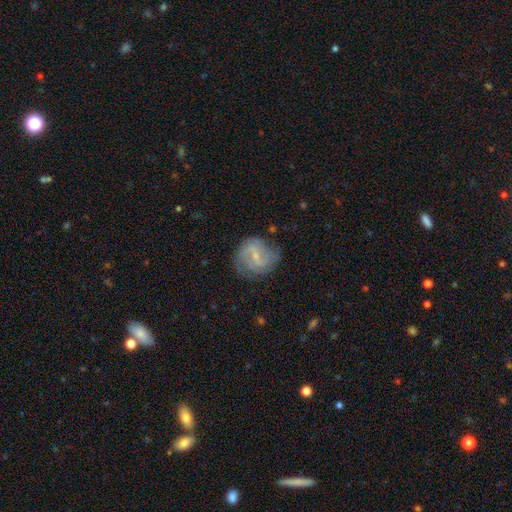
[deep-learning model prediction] Morphology: type=featured or disk (72%); edge-on=no (97%); bar=weak (58%); spiral arms=yes (88%); winding=medium (46%); arm count=2 (67%); bulge=small (66%); merging=none (67%).